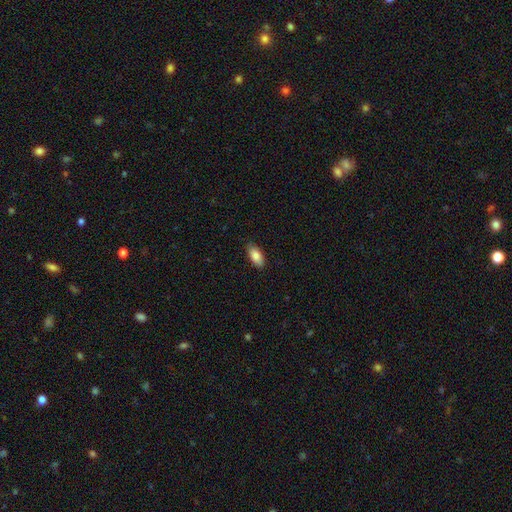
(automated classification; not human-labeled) This appears to be a smooth galaxy with no disk features (84%) that is in between round and cigar-shaped (89%). Merging: none (85%).